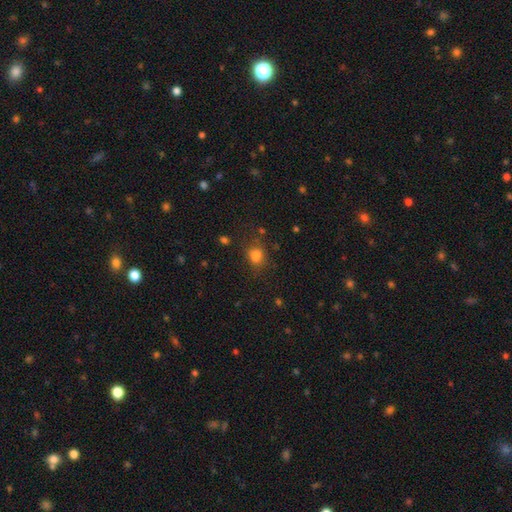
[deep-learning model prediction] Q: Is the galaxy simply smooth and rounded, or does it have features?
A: smooth — 79%.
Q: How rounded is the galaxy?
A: round — 52%.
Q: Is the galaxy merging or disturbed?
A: none — 69%.